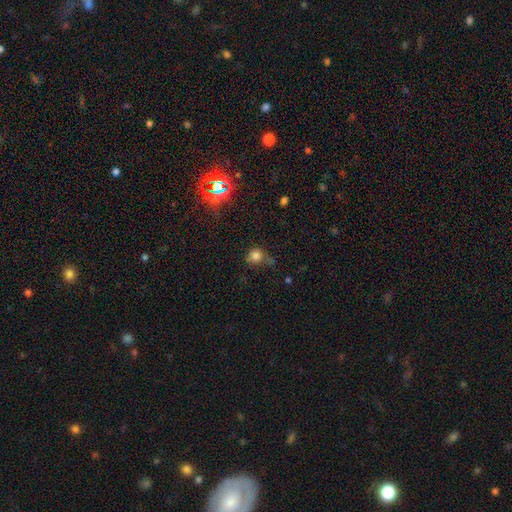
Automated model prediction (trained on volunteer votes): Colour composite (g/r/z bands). It shows a smooth galaxy with no disk features (74%) that is round (86%). Merging: none (58%).